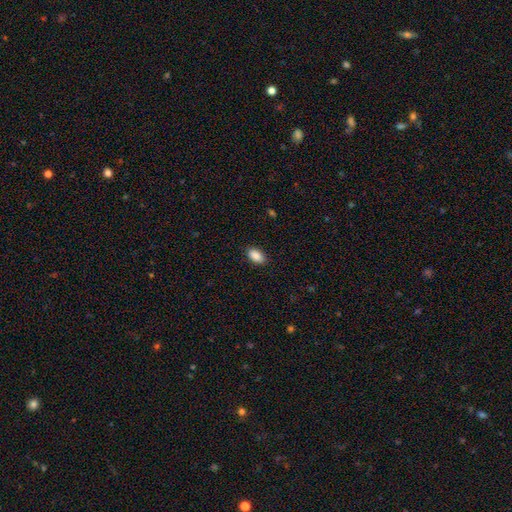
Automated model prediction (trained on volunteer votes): This appears to be a smooth galaxy with no disk features (89%) that is in between round and cigar-shaped (93%). Merging: none (89%).